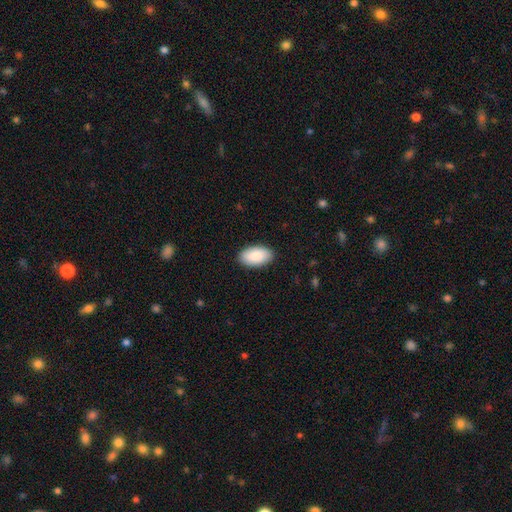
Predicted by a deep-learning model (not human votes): A smooth galaxy with no disk features (90%) that is in between round and cigar-shaped (96%).

Vote fractions:
- Smooth or featured? smooth: 90% / star or artifact: 5% / featured or disk: 5%
- How rounded? in between: 96% / round: 3% / cigar-shaped: 2%
- Merging? none: 90% / minor disturbance: 8% / major disturbance: 2% / merger: 1%